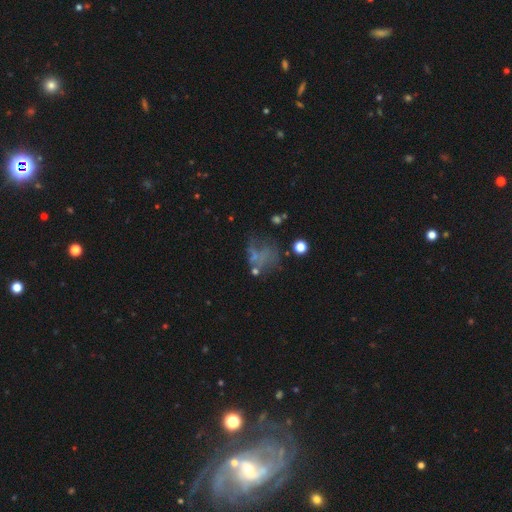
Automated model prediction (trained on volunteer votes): Smooth or featured? Predicted: featured or disk (p=0.36, tied with smooth). Merging? Predicted: none (p=0.38).